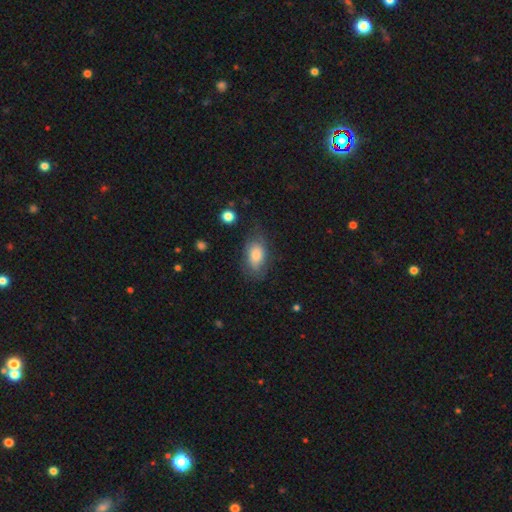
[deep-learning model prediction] The model was most divided on "merging": none: 65%, minor disturbance: 22%, major disturbance: 10%, merger: 2%. More confident: how rounded — in between (89%); smooth or featured — smooth (72%).